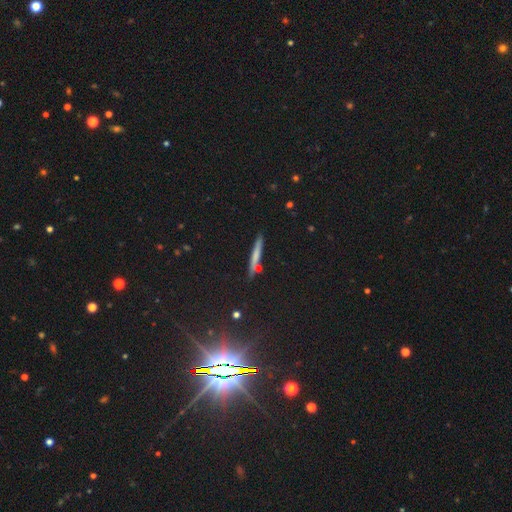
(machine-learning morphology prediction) A smooth galaxy with no disk features (60%) that is cigar-shaped (93%).

Vote fractions:
- Smooth or featured? smooth: 60% / featured or disk: 27% / star or artifact: 13%
- How rounded? cigar-shaped: 93% / in between: 5% / round: 3%
- Merging? none: 81% / minor disturbance: 11% / merger: 6% / major disturbance: 3%